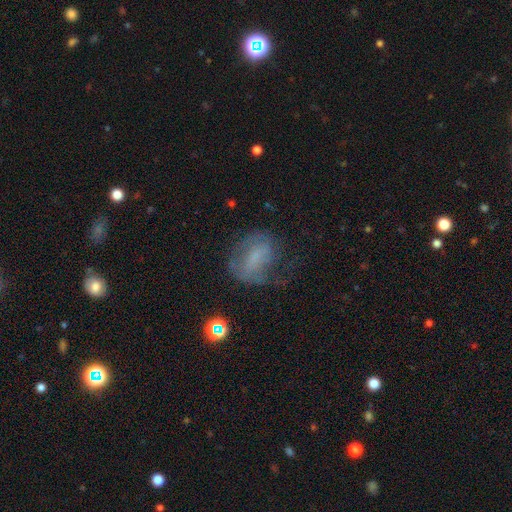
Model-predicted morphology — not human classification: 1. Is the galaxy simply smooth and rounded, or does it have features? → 46% featured or disk, 39% smooth, 15% star or artifact.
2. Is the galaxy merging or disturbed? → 50% none, 25% major disturbance, 23% minor disturbance, 2% merger.